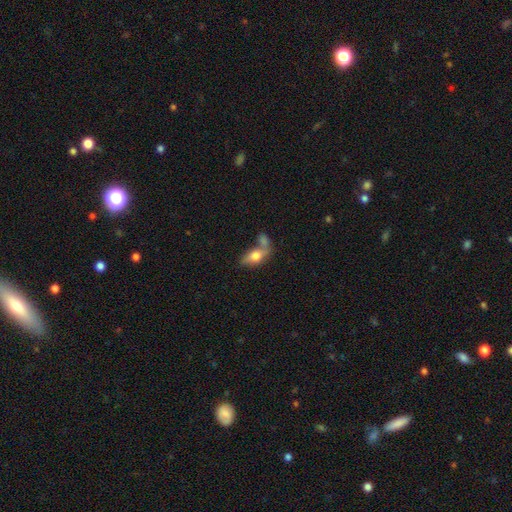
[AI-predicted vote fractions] smooth 70%, featured or disk 23%, star or artifact 8%. Down the decision tree: how rounded — in between (82%); merging — merger (53%).